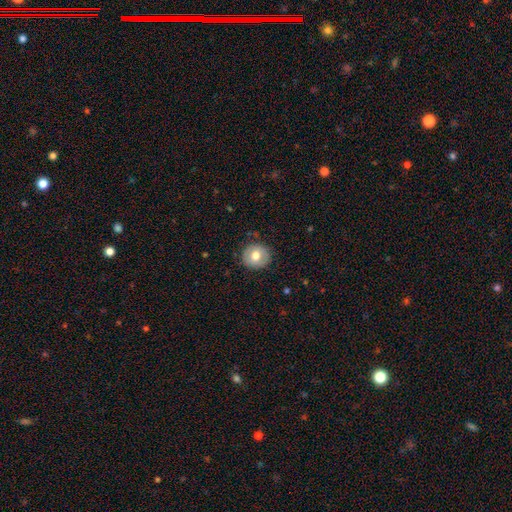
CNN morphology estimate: Overall: smooth (70%). How rounded: round (87%). Merging: none (88%).